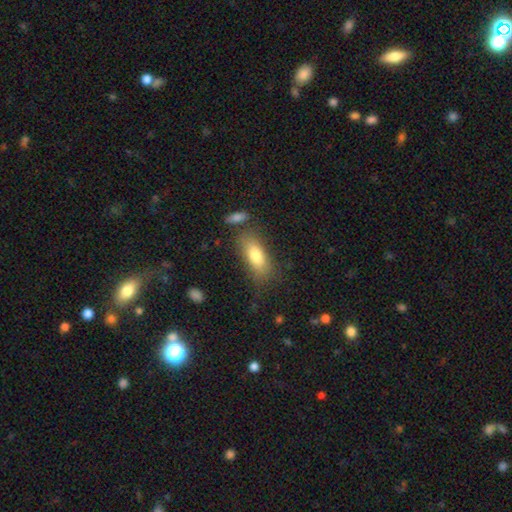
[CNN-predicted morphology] Smooth or featured? smooth (79%)
How rounded? in between (78%)
Merging? none (72%)